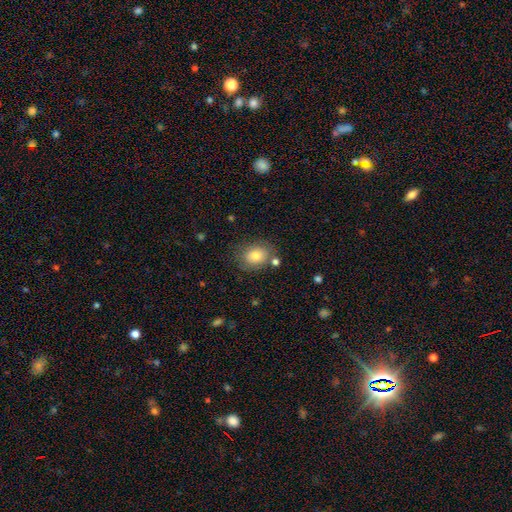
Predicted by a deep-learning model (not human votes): Smooth or featured? smooth (78%)
How rounded? in between (62%)
Merging? none (74%)